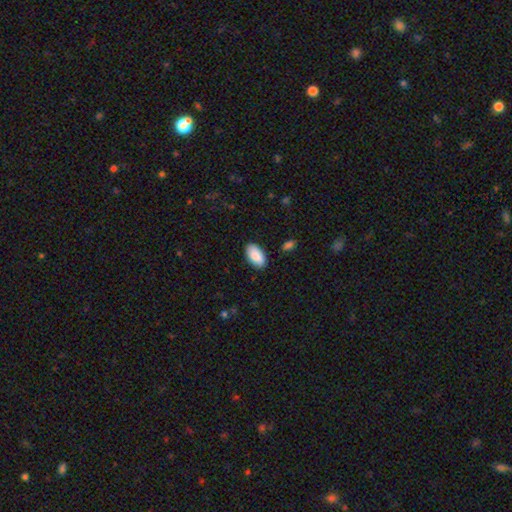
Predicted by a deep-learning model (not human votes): This appears to be a smooth galaxy with no disk features (89%) that is in between round and cigar-shaped (95%). Merging: none (87%).